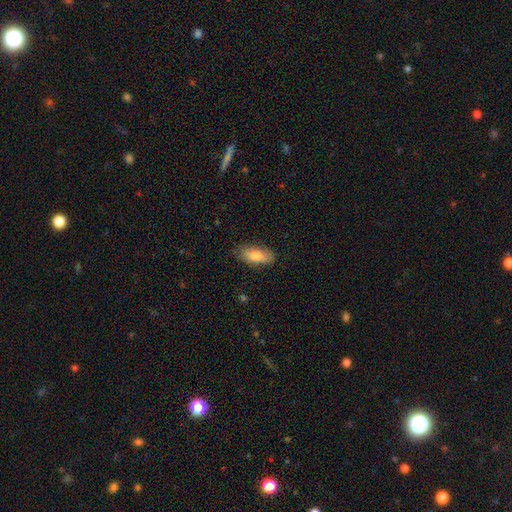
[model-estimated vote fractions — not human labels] smooth-or-featured: smooth: 79% | featured or disk: 14% | star or artifact: 6%
  how-rounded: in between: 81% | cigar-shaped: 16% | round: 3%
  merging: none: 82% | minor disturbance: 14% | major disturbance: 3% | merger: 1%